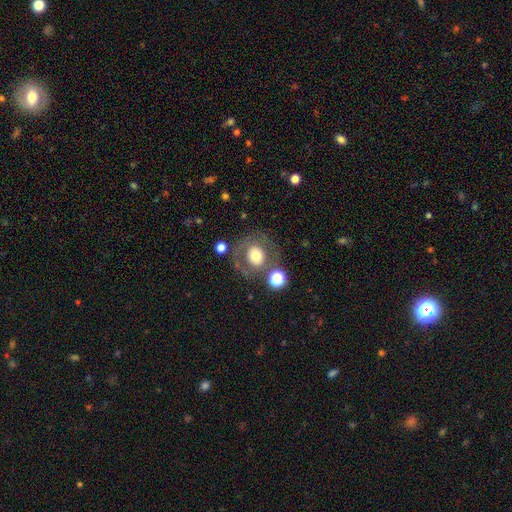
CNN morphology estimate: smooth_or_featured: smooth (p=0.52) [alt: featured or disk p=0.38]
how_rounded: round (p=0.80) [alt: in between p=0.19]
merging: none (p=0.63) [alt: minor disturbance p=0.15]